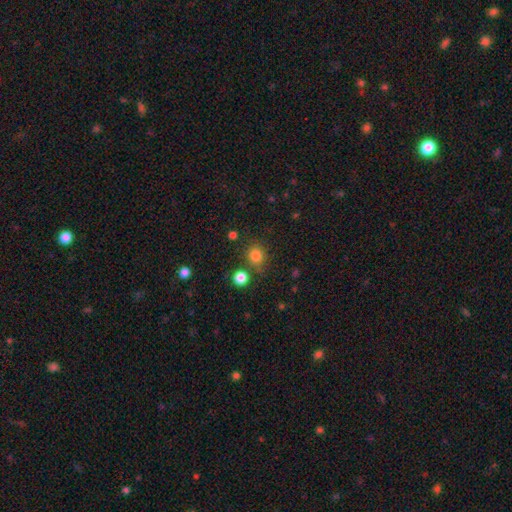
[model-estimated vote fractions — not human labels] smooth 82%, star or artifact 13%, featured or disk 5%. Down the decision tree: how rounded — round (83%); merging — none (76%).